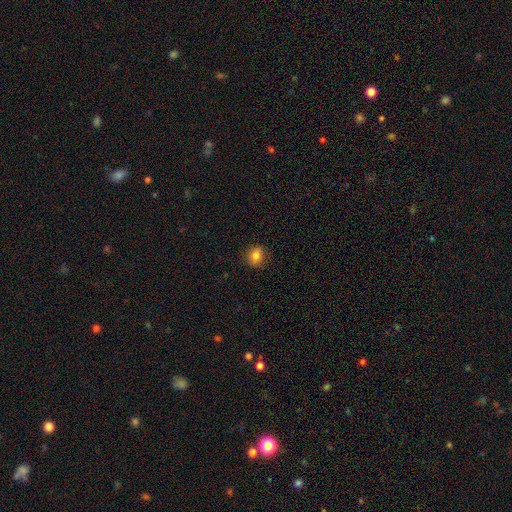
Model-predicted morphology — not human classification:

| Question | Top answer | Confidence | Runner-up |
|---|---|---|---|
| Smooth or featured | smooth | 81% | star or artifact (11%) |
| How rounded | round | 67% | in between (31%) |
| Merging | none | 84% | minor disturbance (12%) |